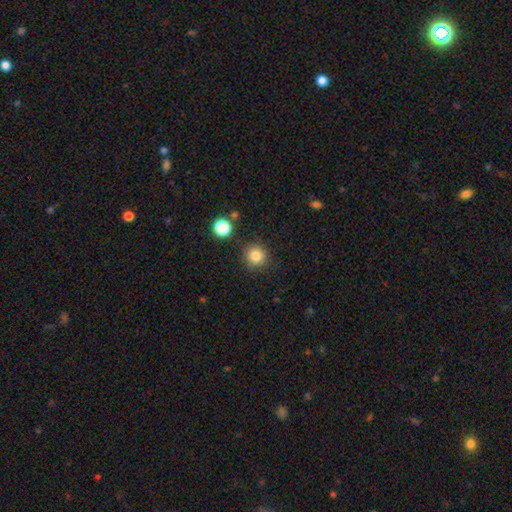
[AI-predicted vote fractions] Q: Smooth or featured?
A: smooth (82%); runner-up: star or artifact (12%)
Q: How rounded?
A: round (92%); runner-up: in between (7%)
Q: Merging?
A: none (87%); runner-up: minor disturbance (8%)